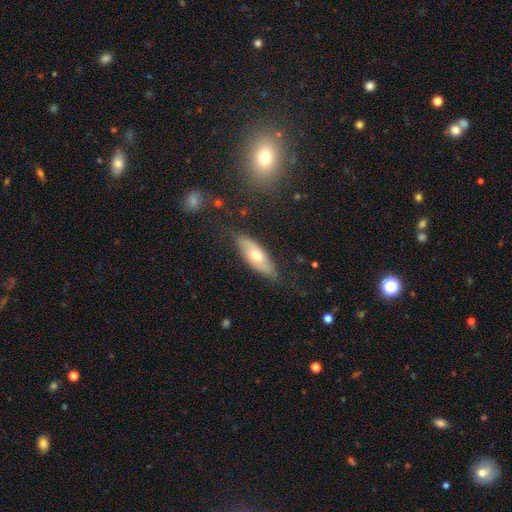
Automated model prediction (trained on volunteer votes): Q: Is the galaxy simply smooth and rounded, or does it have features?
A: smooth — 51%.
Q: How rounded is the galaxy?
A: in between — 68%.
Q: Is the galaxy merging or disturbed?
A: none — 77%.